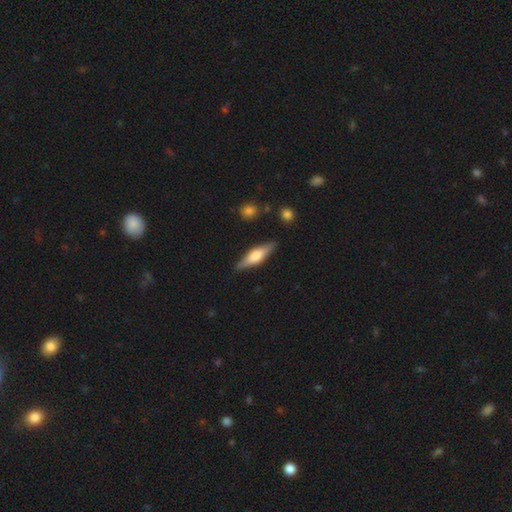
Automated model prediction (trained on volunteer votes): smooth-or-featured: featured or disk: 50% | smooth: 44% | star or artifact: 6%
  disk-edge-on: yes: 93% | no: 7%
  merging: none: 86% | minor disturbance: 10% | major disturbance: 2% | merger: 2%